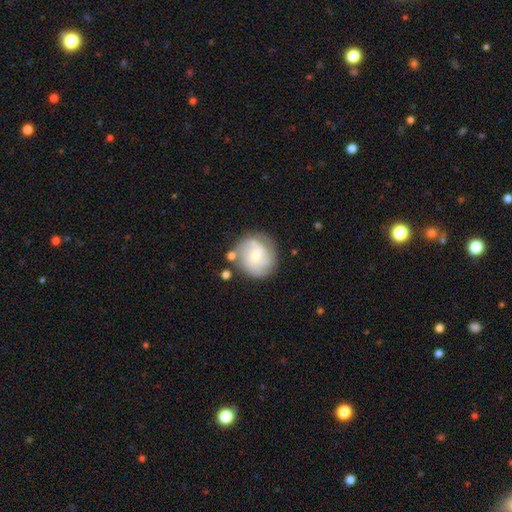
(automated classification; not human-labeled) Q: Smooth or featured?
A: featured or disk (65%); runner-up: smooth (29%)
Q: Edge-on disk?
A: no (98%); runner-up: yes (2%)
Q: Bar?
A: no (63%); runner-up: weak (32%)
Q: Spiral arms?
A: yes (88%); runner-up: no (12%)
Q: Spiral winding?
A: tight (43%); runner-up: medium (41%)
Q: Spiral arm count?
A: 2 (33%); runner-up: 3 (26%)
Q: Bulge size?
A: small (59%); runner-up: moderate (36%)
Q: Merging?
A: none (70%); runner-up: minor disturbance (17%)